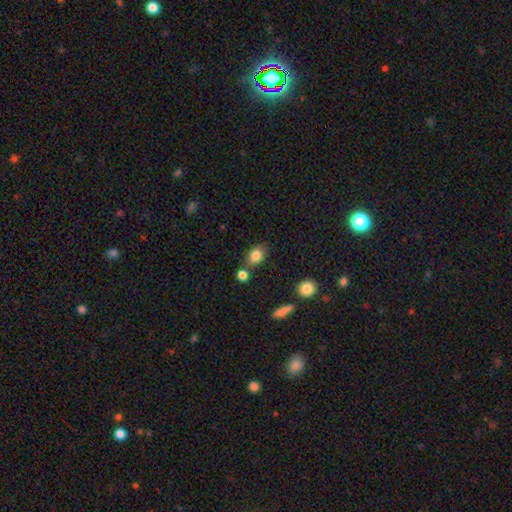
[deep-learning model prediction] The model was most divided on "how rounded": in between: 73%, round: 25%, cigar-shaped: 2%. More confident: smooth or featured — smooth (84%); merging — none (69%).